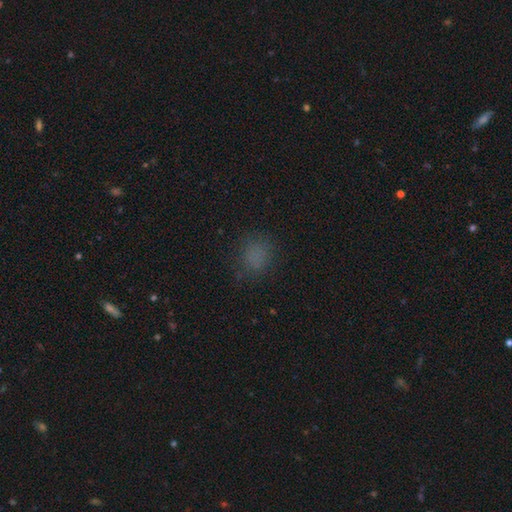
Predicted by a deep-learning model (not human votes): Overall: smooth (74%). How rounded: round (70%). Merging: none (77%).